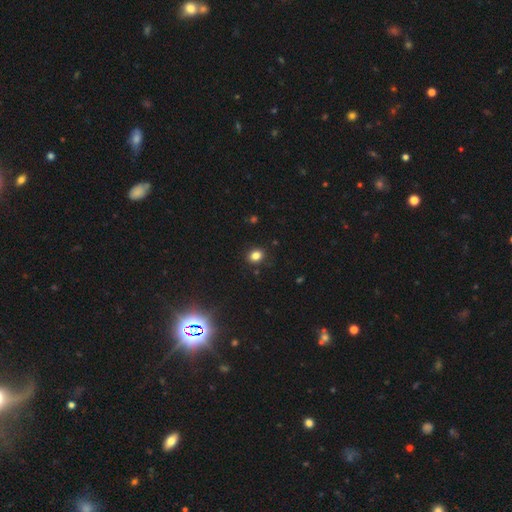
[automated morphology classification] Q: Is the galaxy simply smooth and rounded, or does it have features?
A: smooth — 82%.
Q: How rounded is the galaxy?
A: round — 59%.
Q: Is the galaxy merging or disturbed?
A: none — 89%.